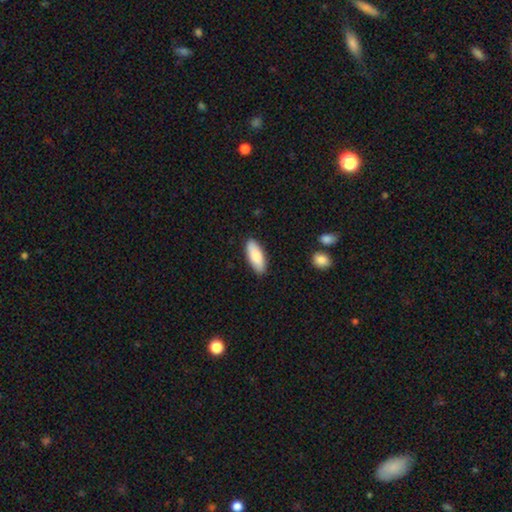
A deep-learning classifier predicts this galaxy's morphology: This is clearly a smooth galaxy (83%). How rounded: likely in between (74%). Merging: clearly none (88%).